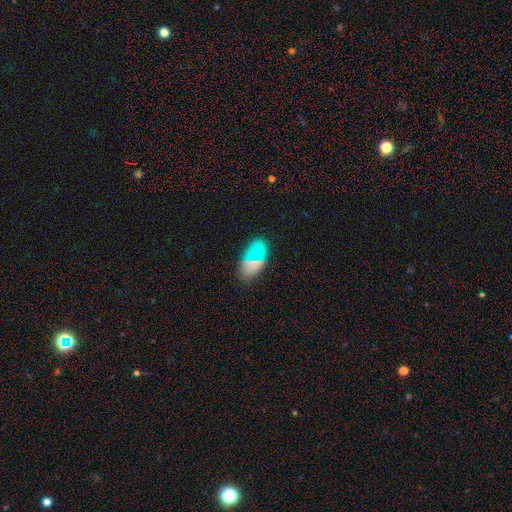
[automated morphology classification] Smooth or featured: smooth — 65% (star or artifact — 20%)
How rounded: in between — 93% (round — 5%)
Merging: none — 81% (minor disturbance — 13%)